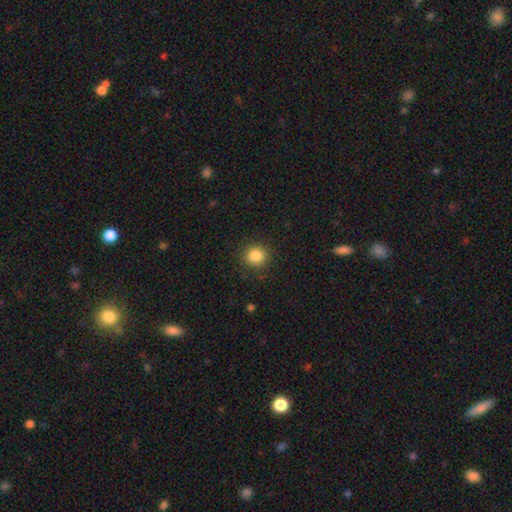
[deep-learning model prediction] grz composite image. It shows a smooth galaxy with no disk features (85%) that is round (91%). Merging: none (89%).